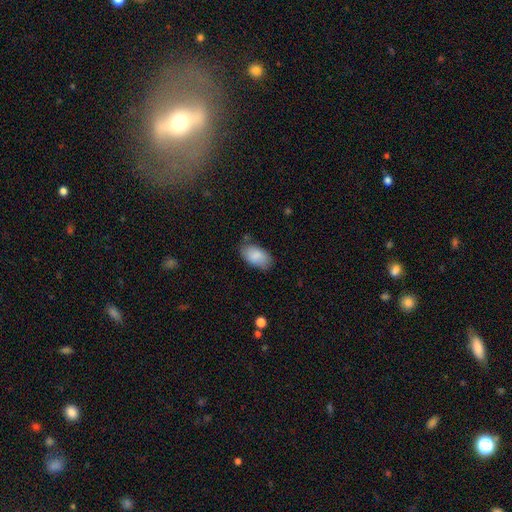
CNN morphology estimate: Smooth or featured? smooth (86%)
How rounded? in between (94%)
Merging? none (72%)